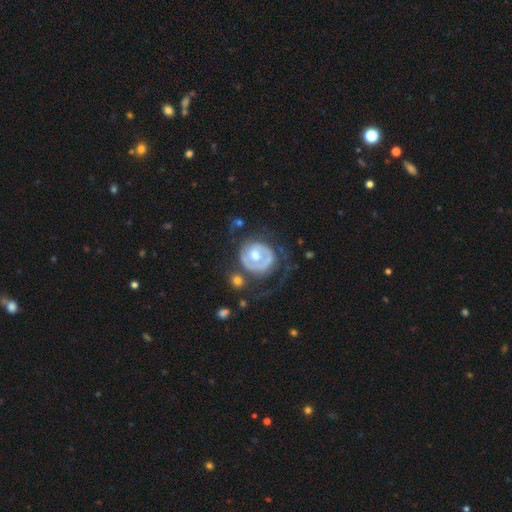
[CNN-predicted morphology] A featured or disk galaxy (71%) with no bar (72%), spiral arms (69%) and a moderate central bulge (63%). Merging: none (46%).